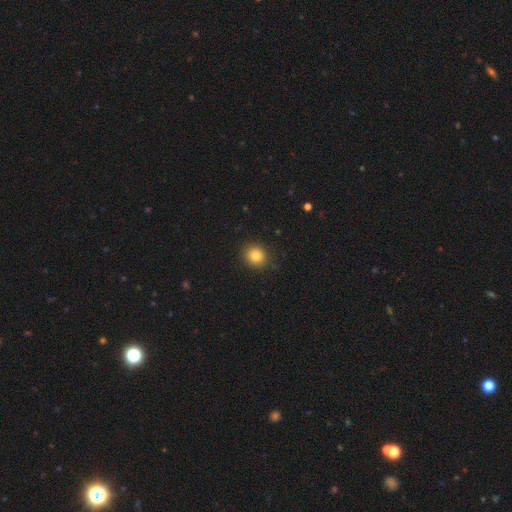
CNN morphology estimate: Smooth or featured? Predicted: smooth (p=0.81). How rounded? Predicted: round (p=0.81). Merging? Predicted: none (p=0.88).